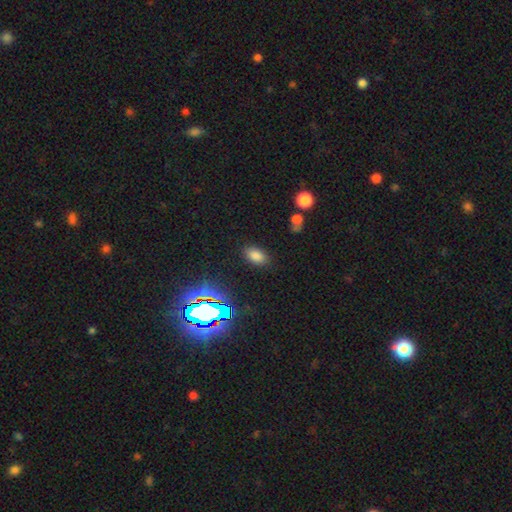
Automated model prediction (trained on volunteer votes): A smooth galaxy with no disk features (77%) that is in between round and cigar-shaped (90%).

Vote fractions:
- Smooth or featured? smooth: 77% / star or artifact: 17% / featured or disk: 6%
- How rounded? in between: 90% / round: 8% / cigar-shaped: 2%
- Merging? none: 86% / minor disturbance: 9% / major disturbance: 3% / merger: 2%